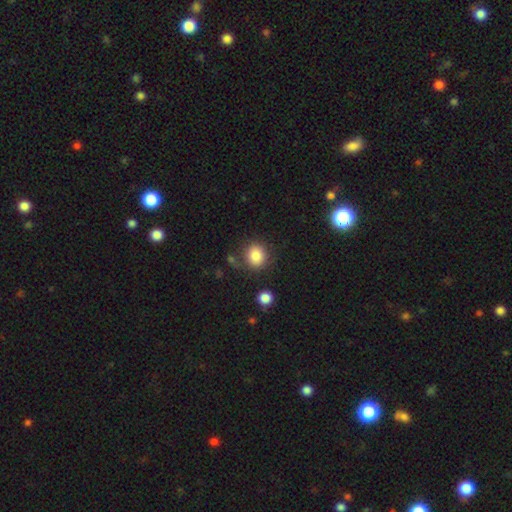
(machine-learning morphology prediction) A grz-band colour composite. It shows a smooth galaxy with no disk features (85%) that is round (79%). Merging: none (76%).